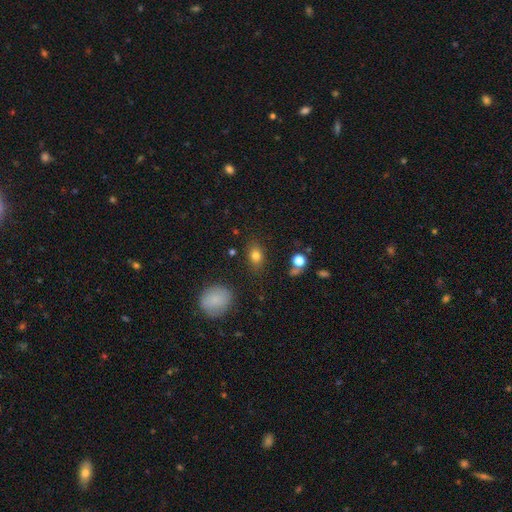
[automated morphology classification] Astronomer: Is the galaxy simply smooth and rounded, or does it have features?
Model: smooth — 80%.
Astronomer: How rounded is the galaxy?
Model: in between — 72%.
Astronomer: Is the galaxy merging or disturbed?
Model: none — 80%.